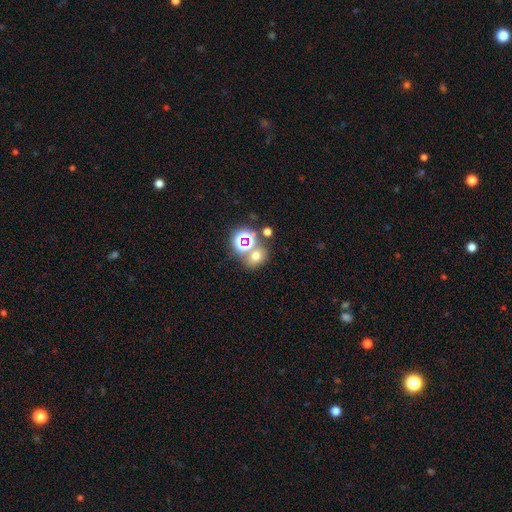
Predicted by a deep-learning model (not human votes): Smooth or featured? Predicted: smooth (p=0.59). How rounded? Predicted: round (p=0.60). Merging? Predicted: none (p=0.60).